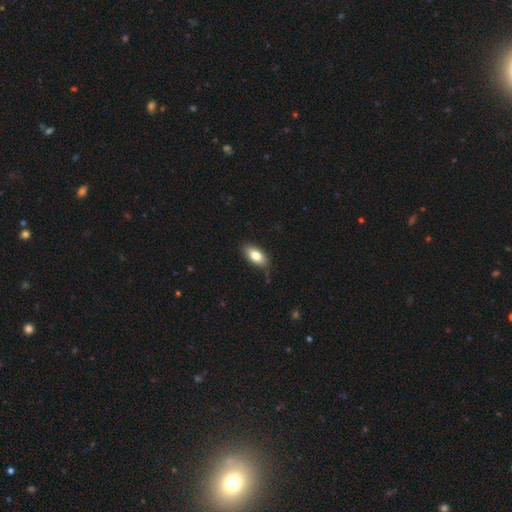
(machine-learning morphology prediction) Overall: smooth (79%). How rounded: in between (89%). Merging: none (80%).